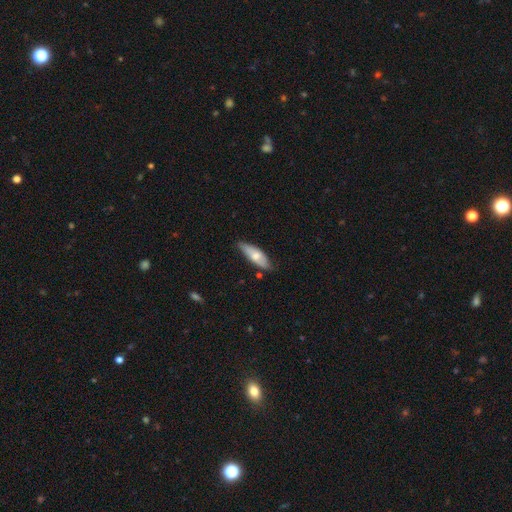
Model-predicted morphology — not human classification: Smooth or featured?
  - smooth: 65% *
  - featured or disk: 29%
  - star or artifact: 6%
How rounded?
  - in between: 61% *
  - cigar-shaped: 37%
  - round: 2%
Merging?
  - none: 71% *
  - minor disturbance: 23%
  - major disturbance: 3%
  - merger: 2%